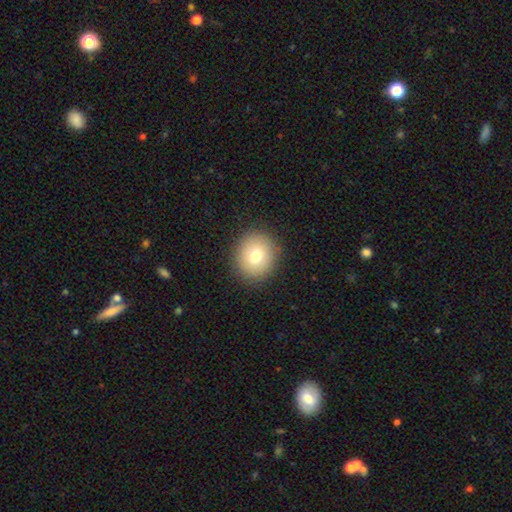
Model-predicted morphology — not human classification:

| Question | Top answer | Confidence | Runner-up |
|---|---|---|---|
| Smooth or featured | smooth | 75% | featured or disk (14%) |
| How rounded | round | 83% | in between (17%) |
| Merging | none | 89% | minor disturbance (7%) |